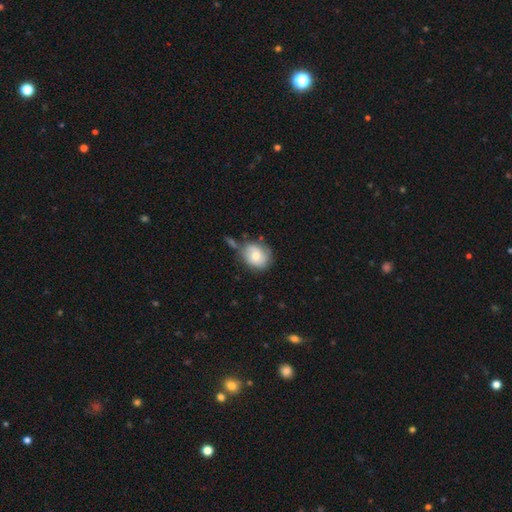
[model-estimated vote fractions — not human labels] Smooth or featured: smooth — 61% (featured or disk — 31%)
How rounded: round — 59% (in between — 40%)
Merging: none — 55% (minor disturbance — 25%)